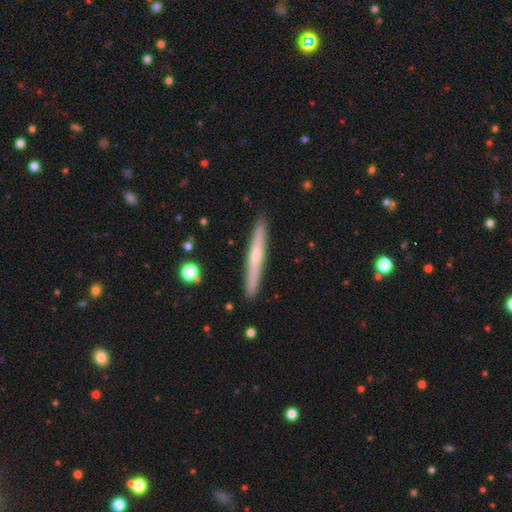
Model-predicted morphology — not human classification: A featured or disk galaxy (59%) viewed edge-on (96%) with a rounded central bulge (66%). Merging: none (91%).